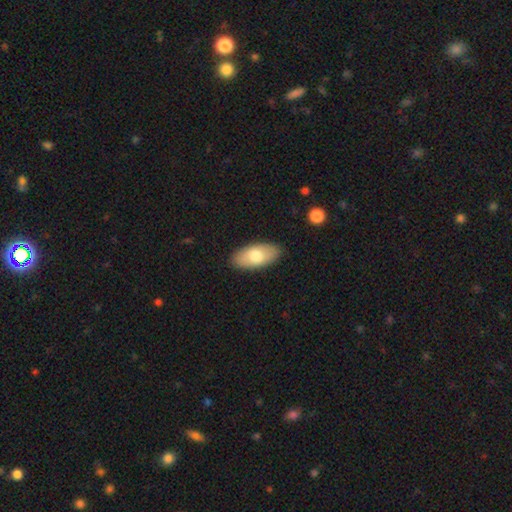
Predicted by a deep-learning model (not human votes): Q: Smooth or featured?
A: smooth (73%); runner-up: featured or disk (21%)
Q: How rounded?
A: in between (92%); runner-up: cigar-shaped (5%)
Q: Merging?
A: none (89%); runner-up: minor disturbance (8%)